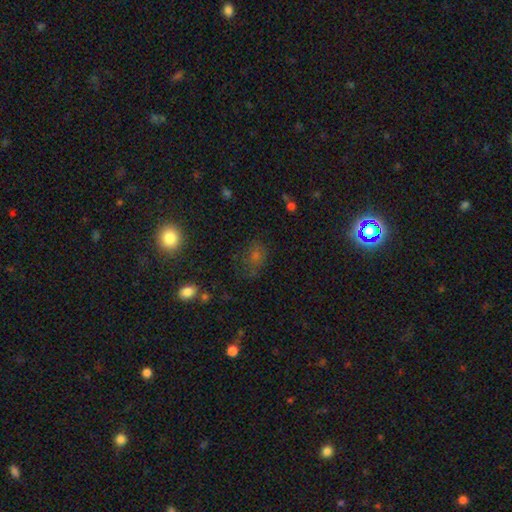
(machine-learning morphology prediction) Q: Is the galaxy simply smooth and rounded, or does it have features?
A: smooth — 58%.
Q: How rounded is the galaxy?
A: in between — 52%.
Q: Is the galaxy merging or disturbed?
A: none — 66%.